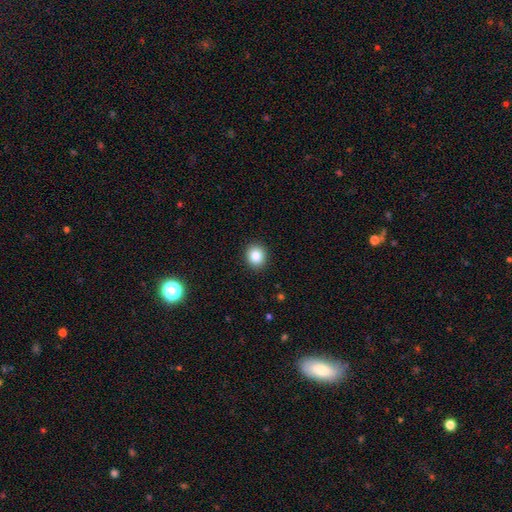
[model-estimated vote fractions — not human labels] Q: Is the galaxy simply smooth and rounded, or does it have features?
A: smooth — 84%.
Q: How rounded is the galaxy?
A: round — 82%.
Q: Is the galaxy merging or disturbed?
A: none — 92%.